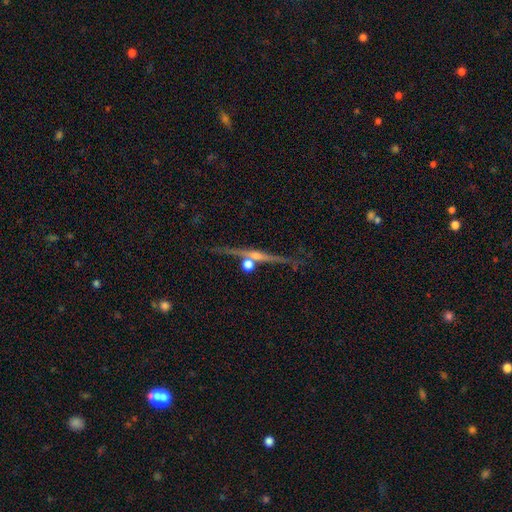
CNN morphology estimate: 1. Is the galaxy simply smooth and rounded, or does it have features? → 80% featured or disk, 10% smooth, 10% star or artifact.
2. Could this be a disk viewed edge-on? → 96% yes, 4% no.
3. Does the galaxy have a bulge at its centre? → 83% rounded, 11% none, 6% boxy.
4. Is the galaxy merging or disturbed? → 78% none, 11% minor disturbance, 8% merger, 4% major disturbance.